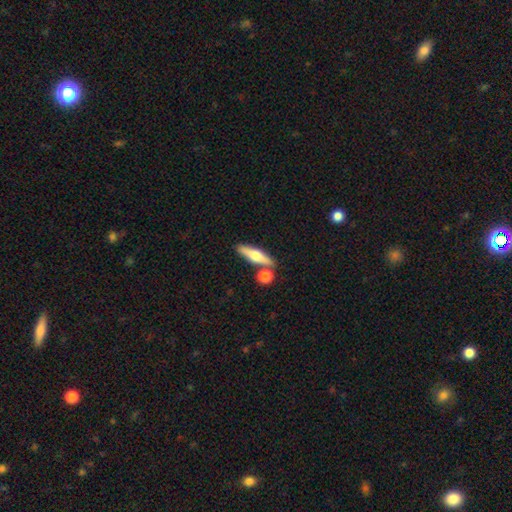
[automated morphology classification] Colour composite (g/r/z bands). It shows a smooth galaxy with no disk features (50%). Merging: none (74%).